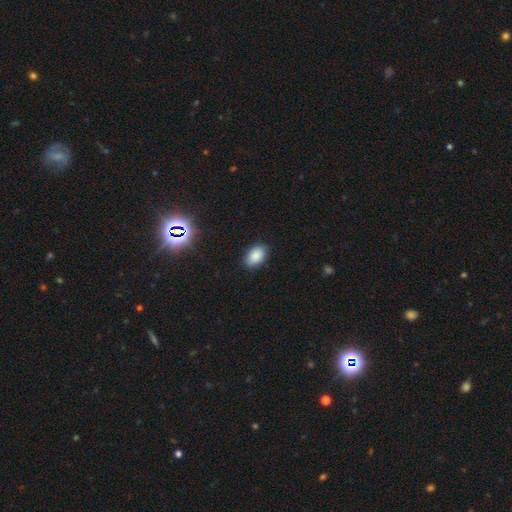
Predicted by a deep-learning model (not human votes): A smooth galaxy with no disk features (86%) that is in between round and cigar-shaped (89%).

Vote fractions:
- Smooth or featured? smooth: 86% / star or artifact: 10% / featured or disk: 4%
- How rounded? in between: 89% / round: 10% / cigar-shaped: 1%
- Merging? none: 87% / minor disturbance: 10% / major disturbance: 2% / merger: 1%